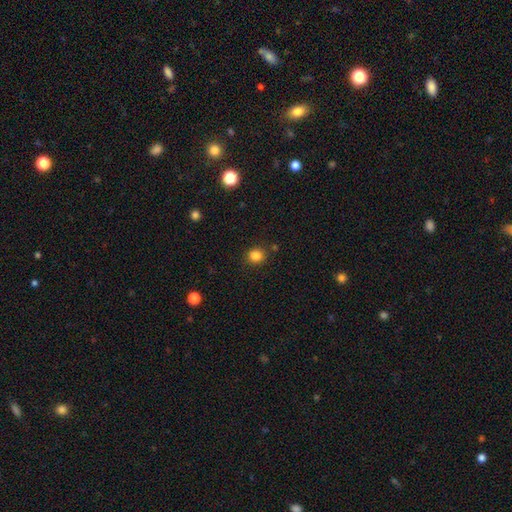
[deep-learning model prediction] Smooth or featured? smooth (84%)
How rounded? round (86%)
Merging? none (86%)